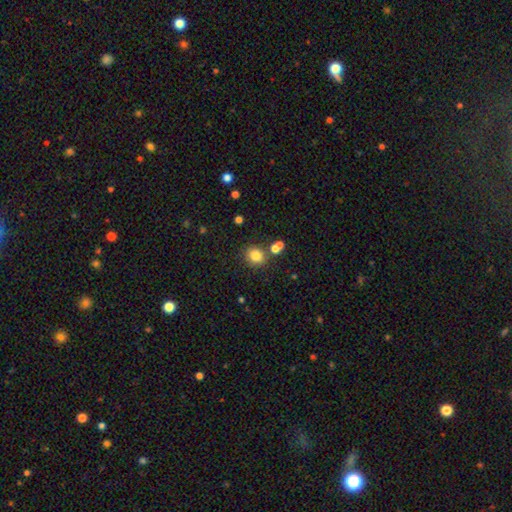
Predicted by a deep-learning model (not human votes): Smooth or featured: smooth — 81% (star or artifact — 12%)
How rounded: round — 73% (in between — 26%)
Merging: none — 74% (merger — 12%)